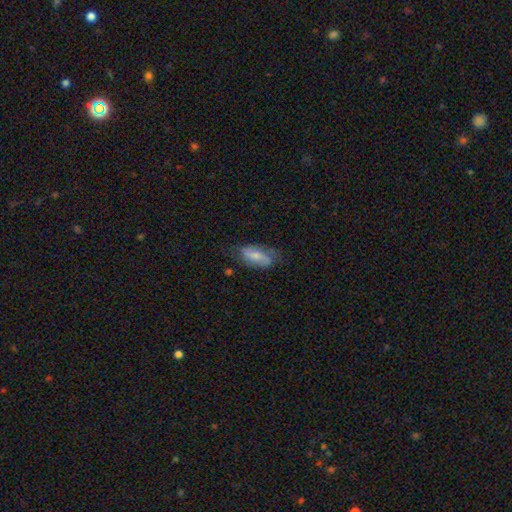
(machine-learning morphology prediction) Q: Smooth or featured?
A: smooth (54%); runner-up: featured or disk (40%)
Q: How rounded?
A: in between (85%); runner-up: cigar-shaped (12%)
Q: Merging?
A: none (61%); runner-up: minor disturbance (27%)